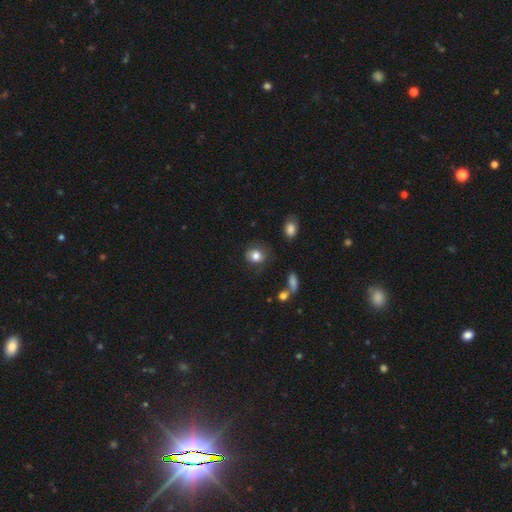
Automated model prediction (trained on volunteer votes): Morphology: type=smooth (82%); roundness=round (66%); merging=none (70%).